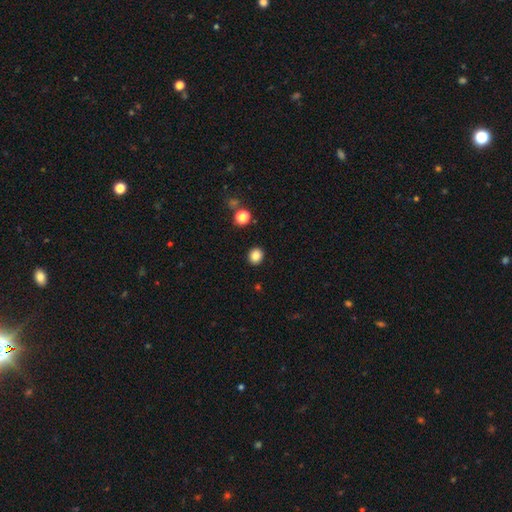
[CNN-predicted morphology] A smooth galaxy with no disk features (84%) that is round (76%). Merging: none (91%).